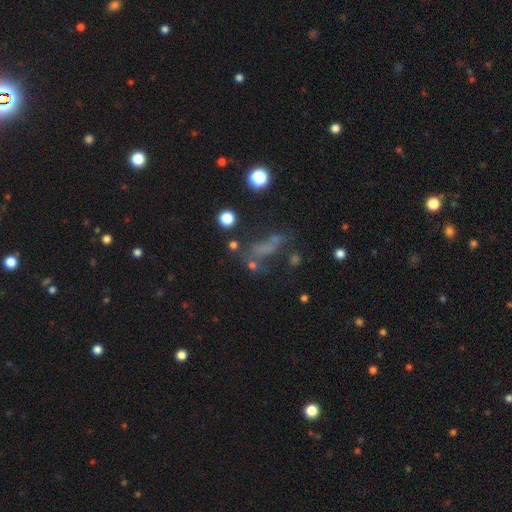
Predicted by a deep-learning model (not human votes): Overall: smooth (40%; star or artifact 32%). Merging: none (42%; major disturbance 26%).